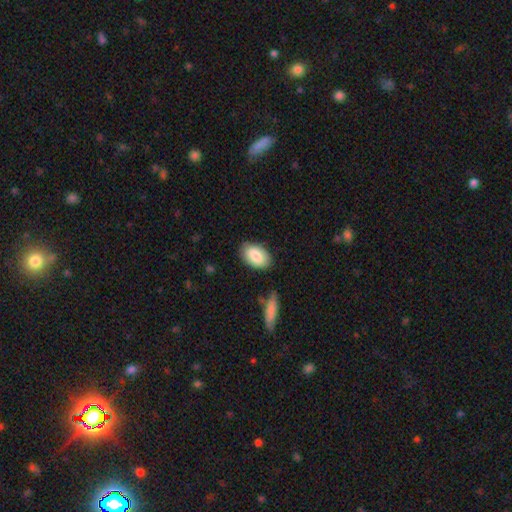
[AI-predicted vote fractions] This is clearly a smooth galaxy (84%). How rounded: clearly in between (92%). Merging: likely none (79%).